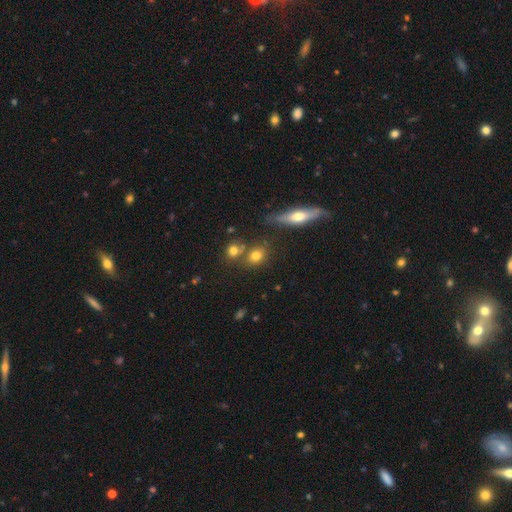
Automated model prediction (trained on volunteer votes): Smooth or featured?
  - smooth: 75% *
  - star or artifact: 13%
  - featured or disk: 12%
How rounded?
  - round: 53% *
  - in between: 43%
  - cigar-shaped: 4%
Merging?
  - none: 63% *
  - merger: 20%
  - minor disturbance: 12%
  - major disturbance: 5%